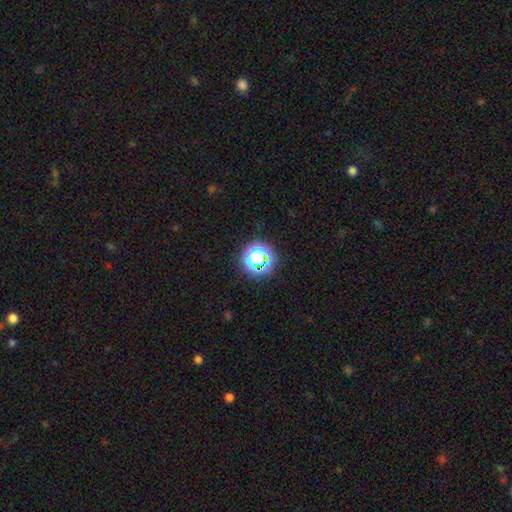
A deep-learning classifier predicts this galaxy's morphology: Smooth or featured? star or artifact (48%)